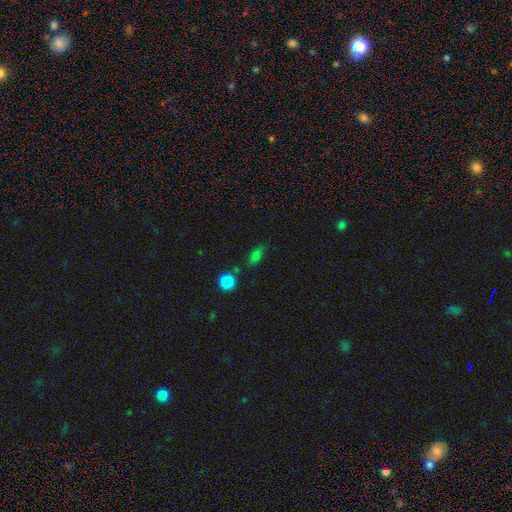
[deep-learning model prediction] The model was most divided on "merging": none: 64%, minor disturbance: 22%, major disturbance: 8%, merger: 6%. More confident: smooth or featured — smooth (74%); how rounded — in between (72%).